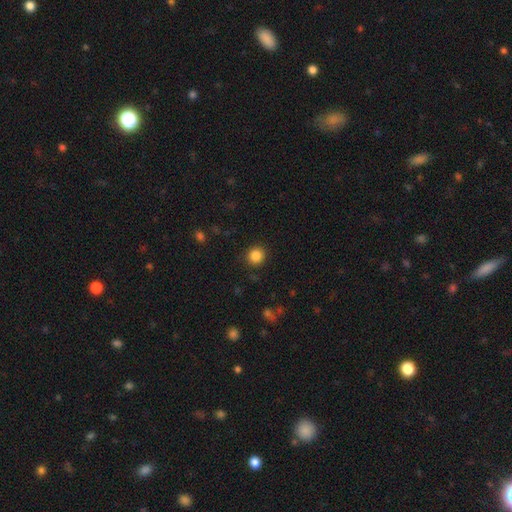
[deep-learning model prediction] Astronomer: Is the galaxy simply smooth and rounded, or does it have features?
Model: smooth — 86%.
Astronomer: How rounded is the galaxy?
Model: round — 92%.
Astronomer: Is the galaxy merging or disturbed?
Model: none — 90%.